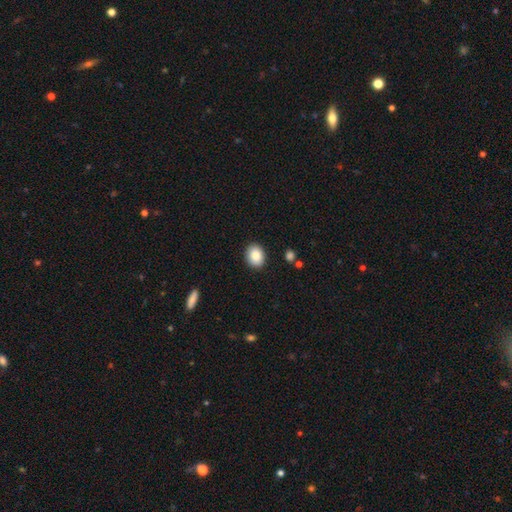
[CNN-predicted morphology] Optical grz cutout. It shows a smooth galaxy with no disk features (87%) that is in between round and cigar-shaped (55%). Merging: none (90%).